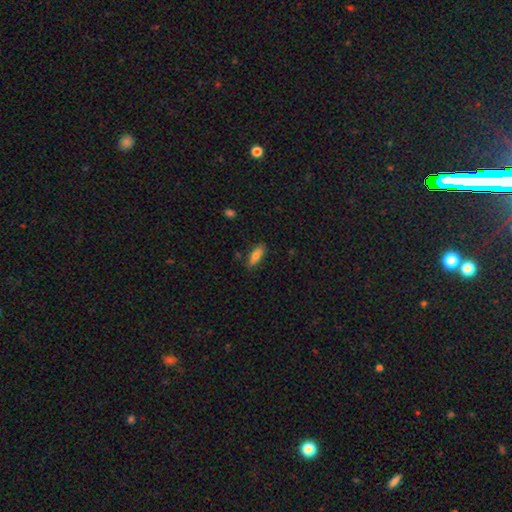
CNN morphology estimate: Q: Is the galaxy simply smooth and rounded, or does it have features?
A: smooth — 79%.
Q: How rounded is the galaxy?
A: in between — 72%.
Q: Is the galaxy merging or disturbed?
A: none — 80%.